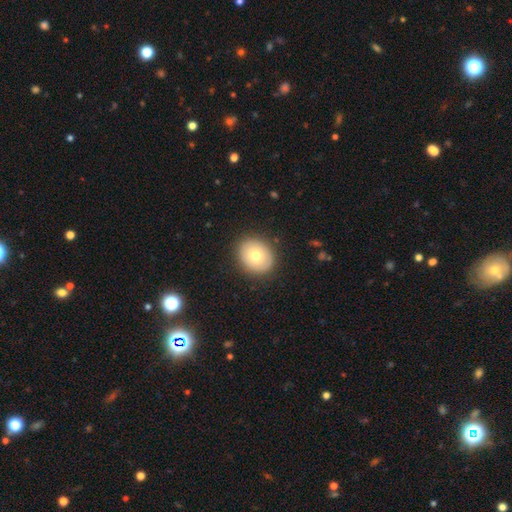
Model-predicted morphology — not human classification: Smooth or featured? smooth (74%)
How rounded? round (65%)
Merging? none (89%)